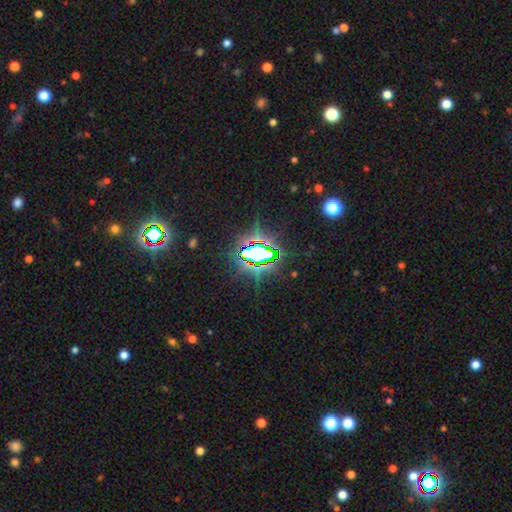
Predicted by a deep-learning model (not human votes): Smooth or featured? Predicted: star or artifact (p=0.79).